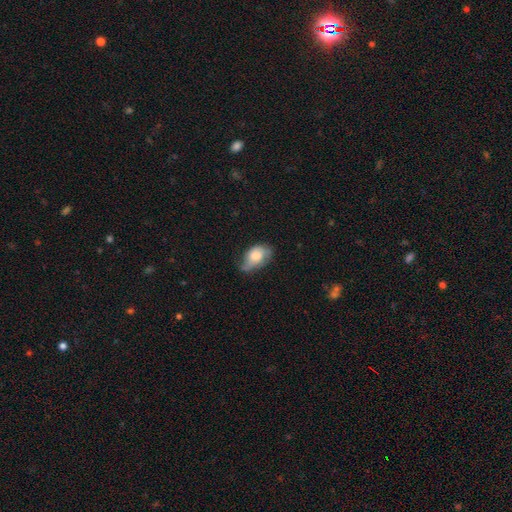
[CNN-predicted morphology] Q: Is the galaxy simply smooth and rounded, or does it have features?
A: smooth — 68%.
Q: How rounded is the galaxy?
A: in between — 90%.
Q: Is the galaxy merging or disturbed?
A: minor disturbance — 44%.